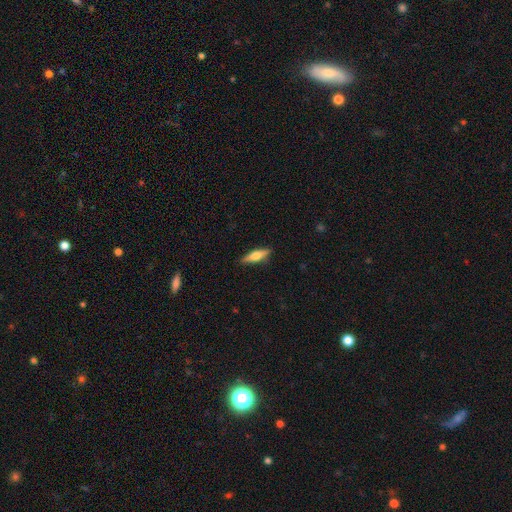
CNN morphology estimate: Q: Smooth or featured?
A: smooth (47%); tied with: featured or disk (47%)
Q: Merging?
A: none (89%); runner-up: minor disturbance (8%)